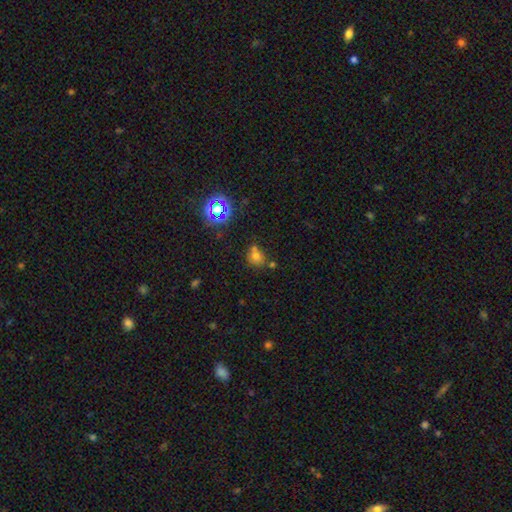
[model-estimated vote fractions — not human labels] The model was most divided on "how rounded": round: 61%, in between: 38%, cigar-shaped: 1%. More confident: smooth or featured — smooth (63%); merging — none (53%).